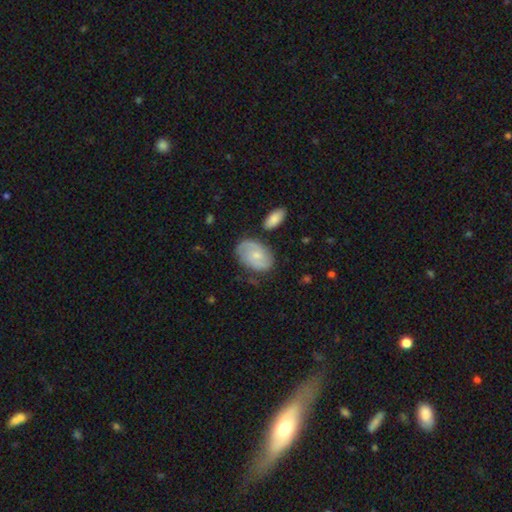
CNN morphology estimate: type=featured or disk (56%); edge-on=no (96%); bar=no (59%); spiral arms=yes (86%); bulge=small (64%); merging=none (70%).